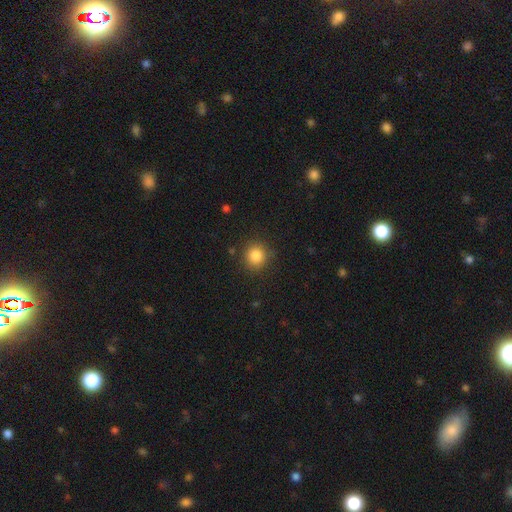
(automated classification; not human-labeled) The model was most divided on "smooth or featured": smooth: 85%, star or artifact: 11%, featured or disk: 5%. More confident: how rounded — round (89%); merging — none (87%).